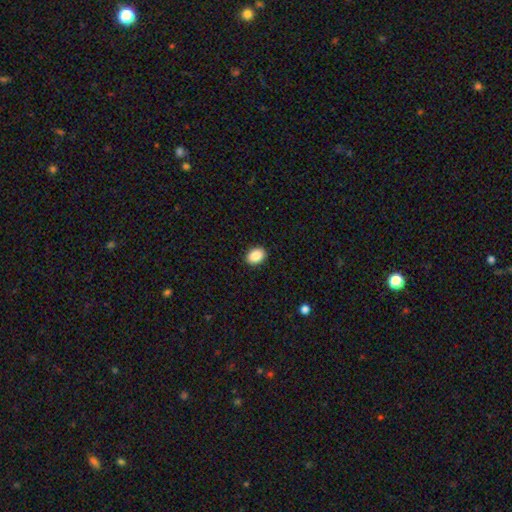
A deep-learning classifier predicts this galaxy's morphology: Smooth or featured?
  - smooth: 89% *
  - star or artifact: 8%
  - featured or disk: 3%
How rounded?
  - in between: 73% *
  - round: 26%
  - cigar-shaped: 1%
Merging?
  - none: 91% *
  - minor disturbance: 6%
  - major disturbance: 2%
  - merger: 1%